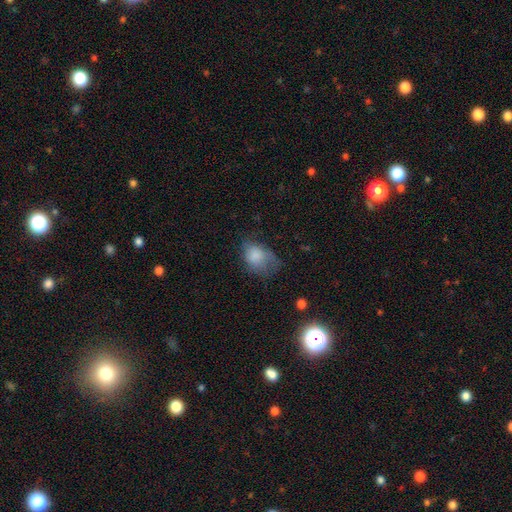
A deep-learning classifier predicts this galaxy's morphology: smooth-or-featured: smooth: 77% | featured or disk: 13% | star or artifact: 10%
  how-rounded: in between: 72% | round: 27% | cigar-shaped: 1%
  merging: none: 36% | minor disturbance: 34% | major disturbance: 28% | merger: 2%